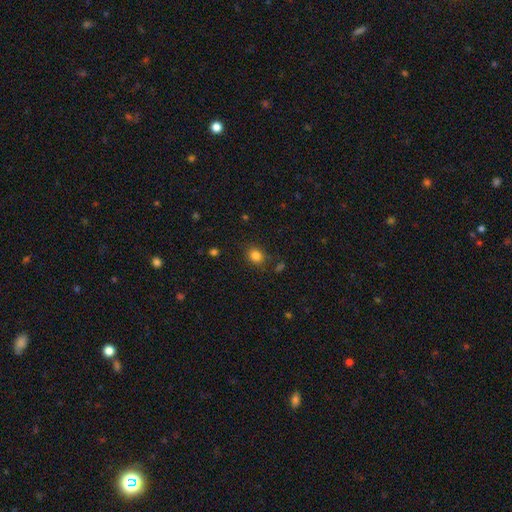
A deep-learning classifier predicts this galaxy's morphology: This is clearly a smooth galaxy (83%). How rounded: likely round (70%). Merging: clearly none (83%).